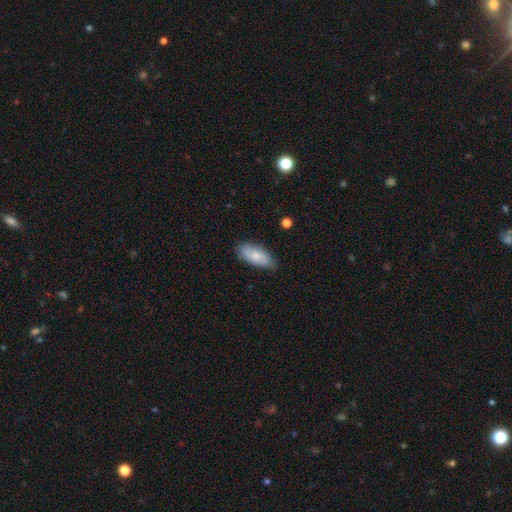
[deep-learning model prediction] smooth 78%, featured or disk 16%, star or artifact 6%. Down the decision tree: how rounded — in between (85%); merging — none (78%).